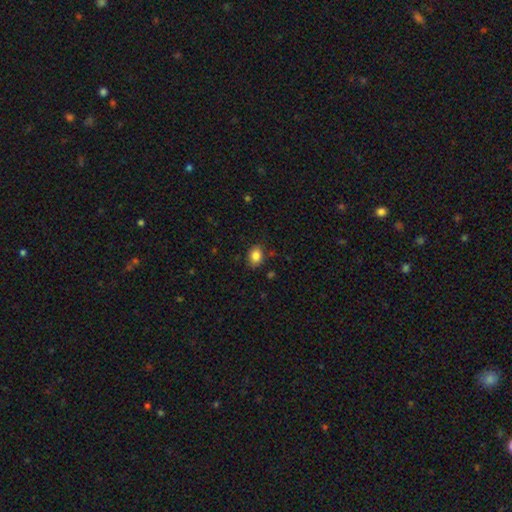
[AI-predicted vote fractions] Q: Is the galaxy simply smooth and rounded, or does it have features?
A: smooth — 86%.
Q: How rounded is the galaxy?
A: in between — 61%.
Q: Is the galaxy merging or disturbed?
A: none — 79%.